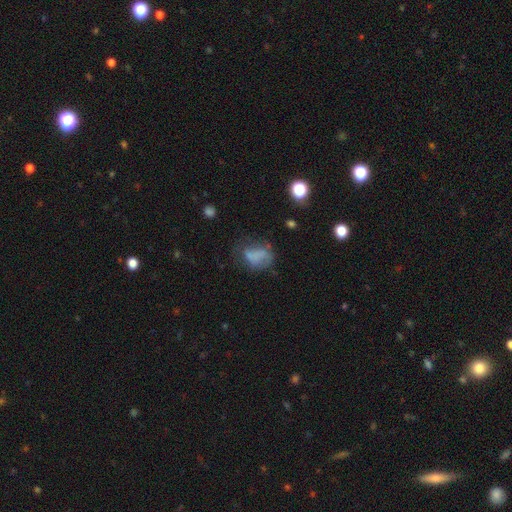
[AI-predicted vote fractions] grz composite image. It shows a smooth galaxy with no disk features (59%) that is in between round and cigar-shaped (68%). Merging: none (38%).